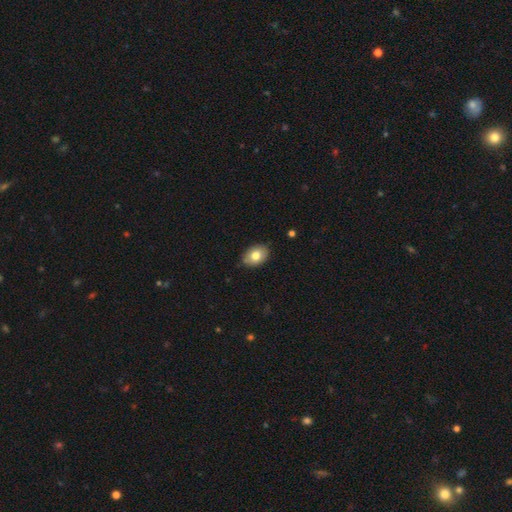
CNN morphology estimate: A smooth galaxy with no disk features (77%) that is in between round and cigar-shaped (81%). Merging: none (84%).